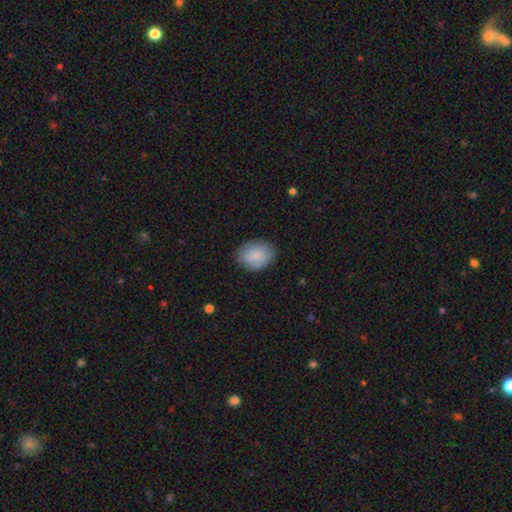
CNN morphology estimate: A smooth galaxy with no disk features (79%) that is in between round and cigar-shaped (61%). Merging: none (79%).